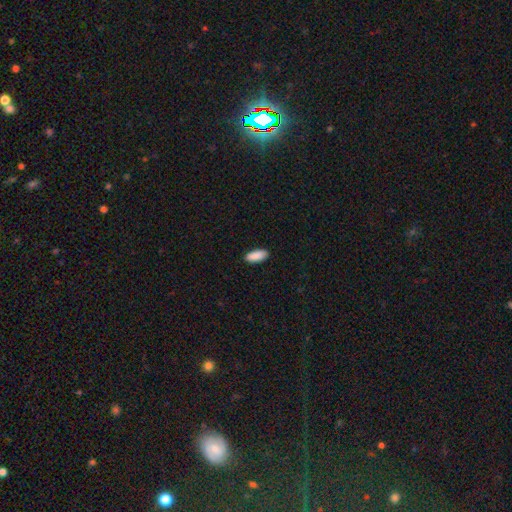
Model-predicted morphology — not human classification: type=smooth (90%); roundness=in between (83%); merging=none (89%).